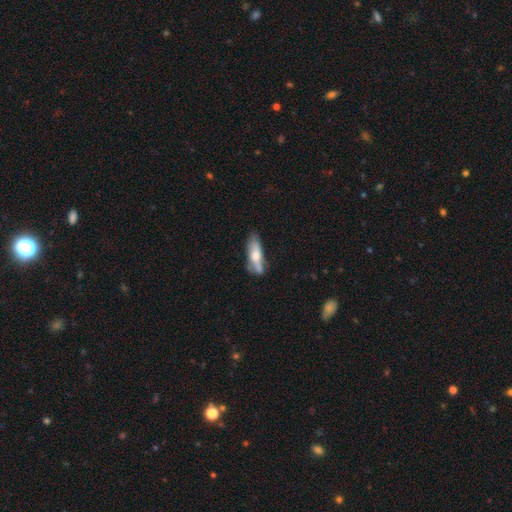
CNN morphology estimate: A smooth galaxy with no disk features (60%) that is cigar-shaped (49%, tied with in between).

Vote fractions:
- Smooth or featured? smooth: 60% / featured or disk: 33% / star or artifact: 7%
- How rounded? cigar-shaped: 49% (tied) / in between: 49% (tied) / round: 2%
- Merging? none: 43% / minor disturbance: 28% / merger: 15% / major disturbance: 14%